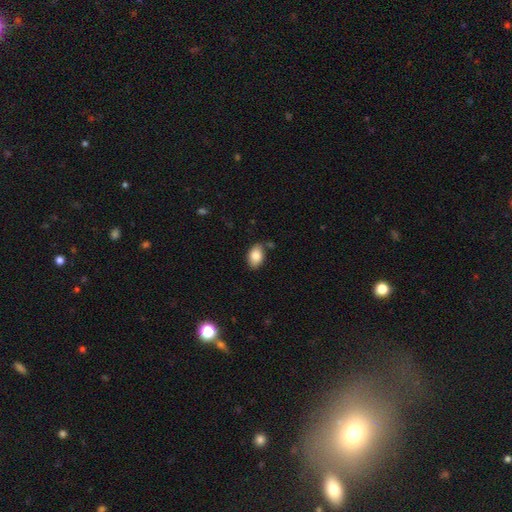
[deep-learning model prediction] Smooth or featured?
  - smooth: 85% *
  - featured or disk: 8%
  - star or artifact: 7%
How rounded?
  - in between: 89% *
  - round: 10%
  - cigar-shaped: 1%
Merging?
  - none: 75% *
  - minor disturbance: 18%
  - merger: 4%
  - major disturbance: 3%